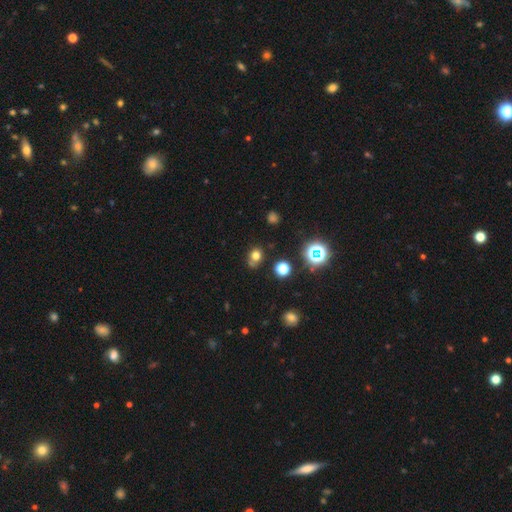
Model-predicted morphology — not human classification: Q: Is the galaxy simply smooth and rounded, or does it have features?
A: smooth — 70%.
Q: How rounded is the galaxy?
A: round — 66%.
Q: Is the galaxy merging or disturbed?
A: none — 65%.